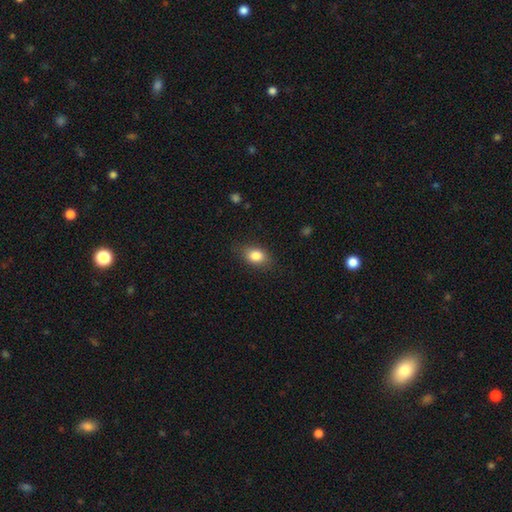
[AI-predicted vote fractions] Smooth or featured? smooth (84%)
How rounded? in between (78%)
Merging? none (82%)